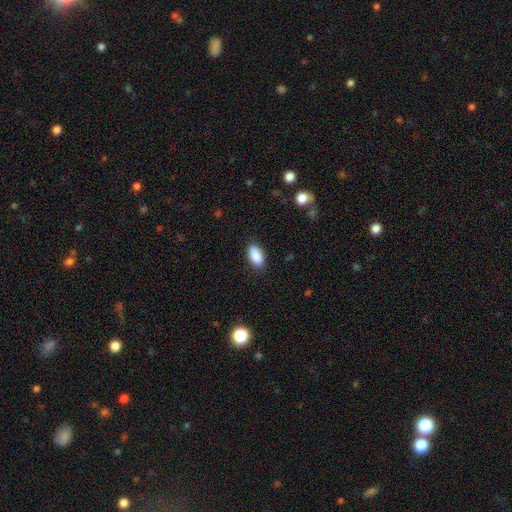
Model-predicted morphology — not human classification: Smooth or featured? smooth (89%)
How rounded? in between (92%)
Merging? none (86%)